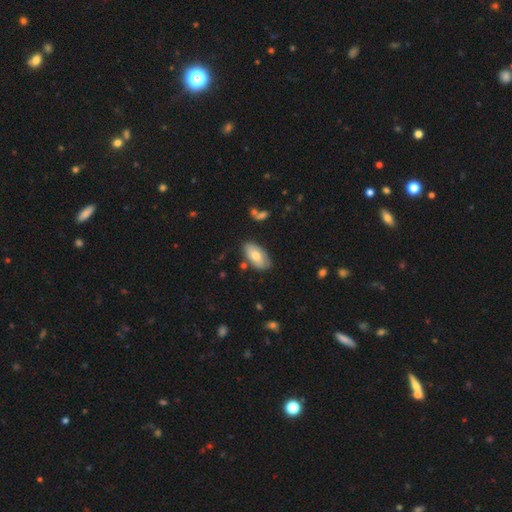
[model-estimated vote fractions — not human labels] This appears to be a smooth galaxy with no disk features (71%) that is in between round and cigar-shaped (94%). Merging: none (74%).